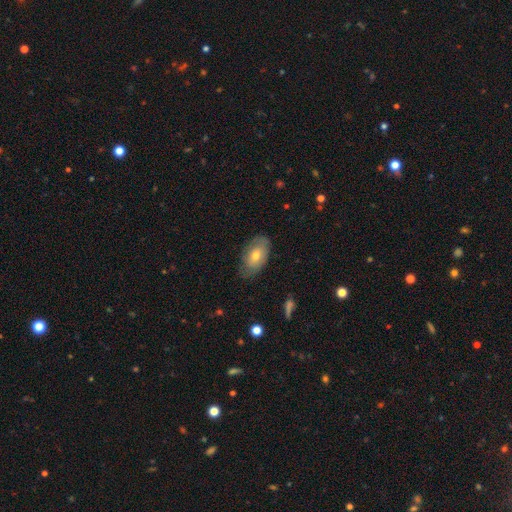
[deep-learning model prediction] This appears to be a smooth galaxy with no disk features (63%) that is in between round and cigar-shaped (92%). Merging: none (73%).